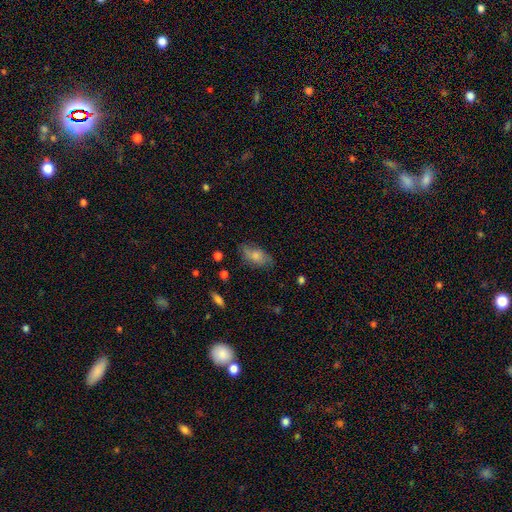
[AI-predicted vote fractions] Smooth or featured? smooth (74%)
How rounded? in between (89%)
Merging? none (72%)